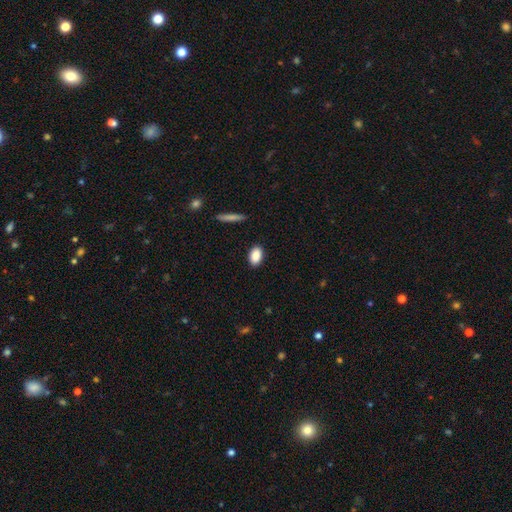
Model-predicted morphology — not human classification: Overall: smooth (89%). How rounded: in between (90%). Merging: none (89%).